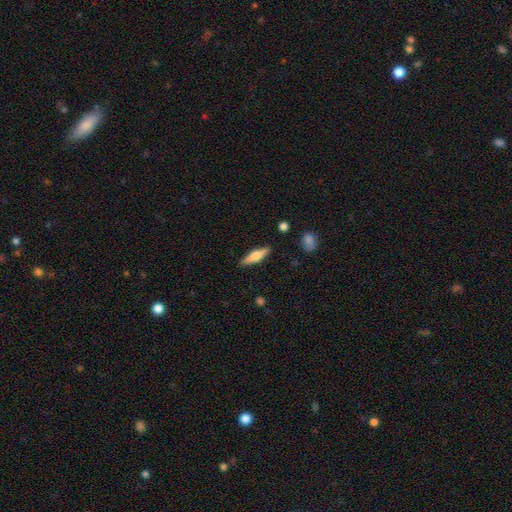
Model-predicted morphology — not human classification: A smooth galaxy with no disk features (48%). Merging: none (88%).